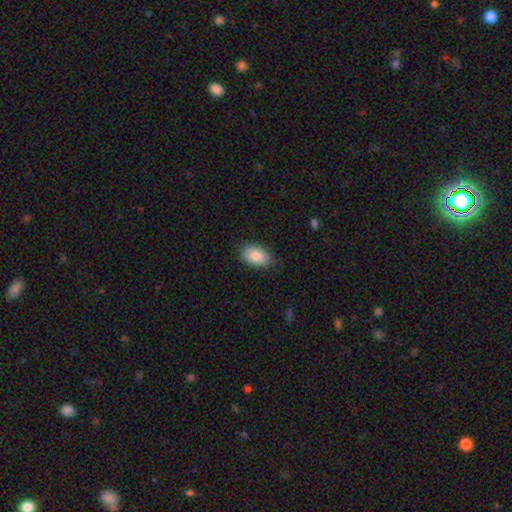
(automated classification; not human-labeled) smooth 87%, star or artifact 7%, featured or disk 6%. Down the decision tree: how rounded — in between (91%); merging — none (85%).